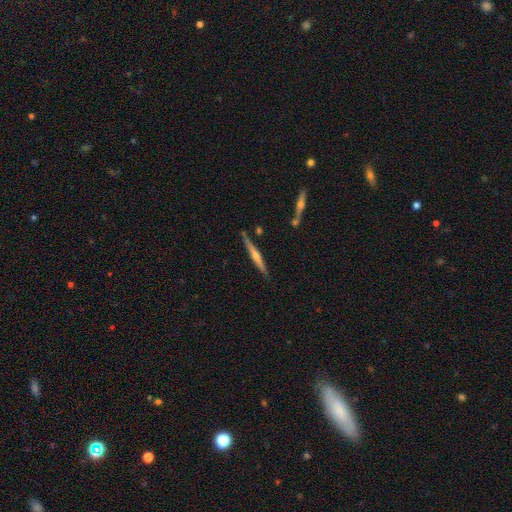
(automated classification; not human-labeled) Smooth or featured?
  - featured or disk: 76% *
  - smooth: 19%
  - star or artifact: 6%
Edge-on disk?
  - yes: 98% *
  - no: 2%
Edge-on bulge?
  - rounded: 82% *
  - none: 12%
  - boxy: 6%
Merging?
  - none: 87% *
  - minor disturbance: 8%
  - merger: 3%
  - major disturbance: 2%